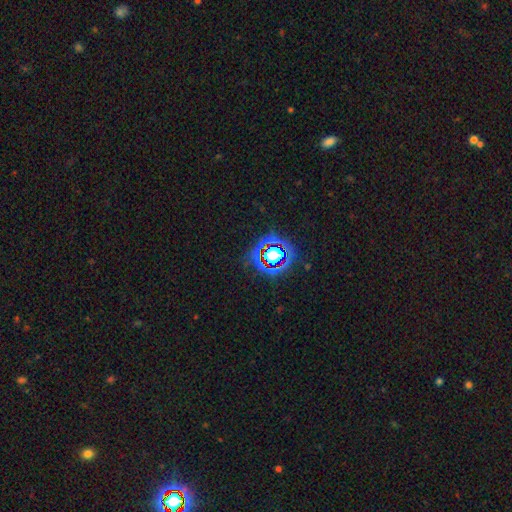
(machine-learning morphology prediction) This appears to be a star or artifact, not a galaxy (78%).